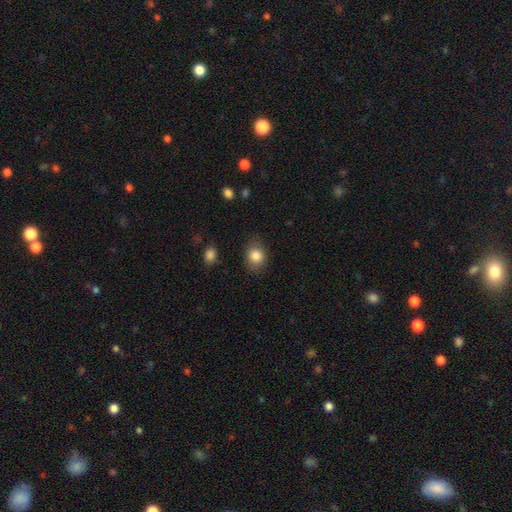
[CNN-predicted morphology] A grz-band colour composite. It shows a smooth galaxy with no disk features (85%) that is round (53%). Merging: none (77%).